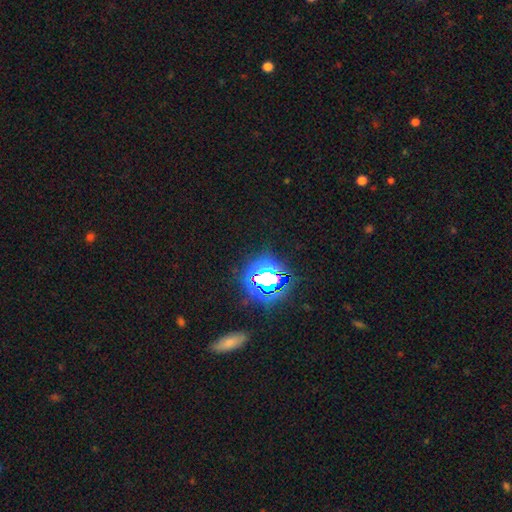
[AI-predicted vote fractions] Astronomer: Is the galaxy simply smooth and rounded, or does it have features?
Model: star or artifact — 78%.